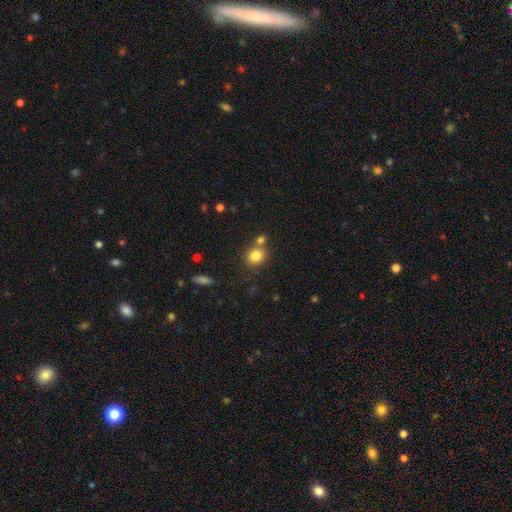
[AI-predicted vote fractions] This is clearly a smooth galaxy (82%). How rounded: likely round (69%). Merging: possibly none (60%).